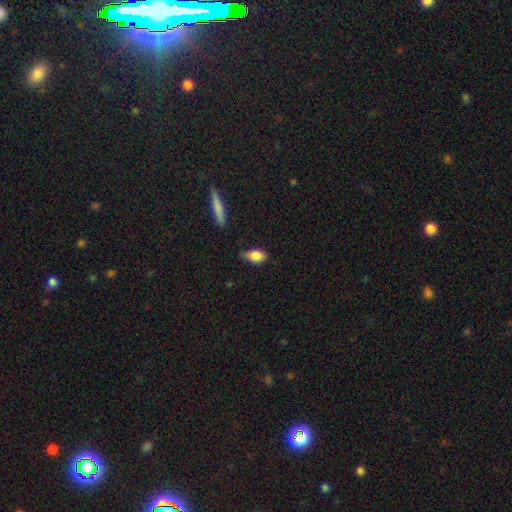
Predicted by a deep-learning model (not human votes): The model was most divided on "merging": none: 55%, minor disturbance: 36%, major disturbance: 7%, merger: 3%. More confident: how rounded — in between (86%); smooth or featured — smooth (82%).